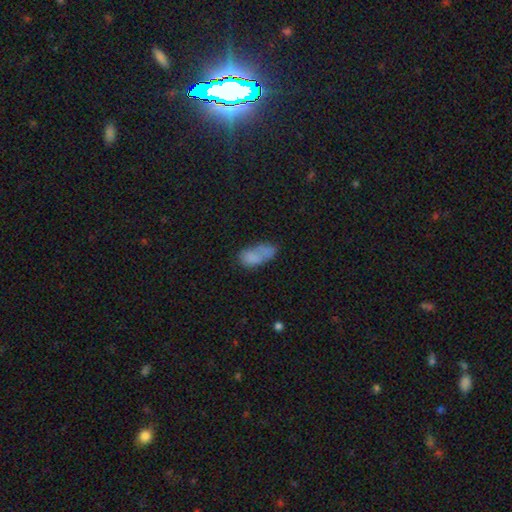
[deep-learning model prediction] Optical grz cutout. It shows a smooth galaxy with no disk features (74%) that is in between round and cigar-shaped (87%). Merging: none (34%).